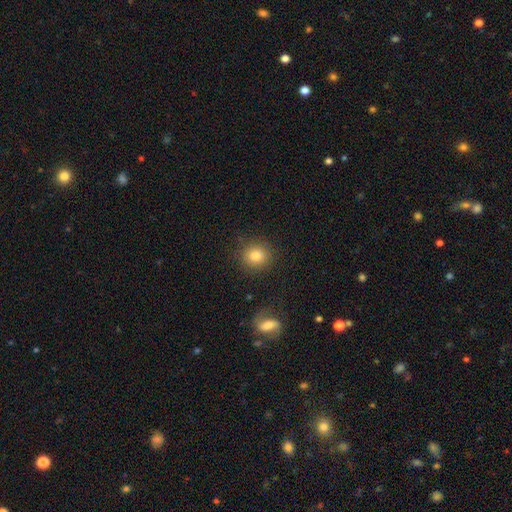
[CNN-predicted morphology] This appears to be a smooth galaxy with no disk features (82%) that is round (87%). Merging: none (88%).